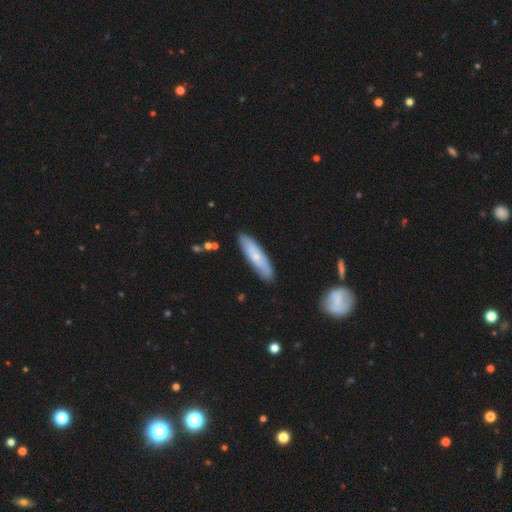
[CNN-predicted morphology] Smooth or featured: smooth — 59% (featured or disk — 36%)
How rounded: cigar-shaped — 71% (in between — 28%)
Merging: none — 84% (minor disturbance — 12%)